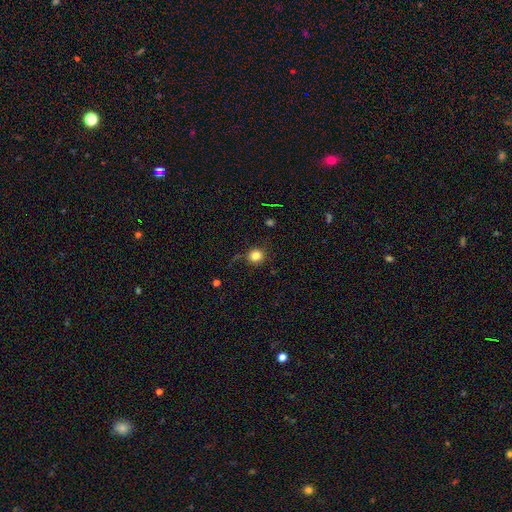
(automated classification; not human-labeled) Smooth or featured: smooth — 81% (star or artifact — 12%)
How rounded: round — 91% (in between — 8%)
Merging: none — 80% (minor disturbance — 13%)